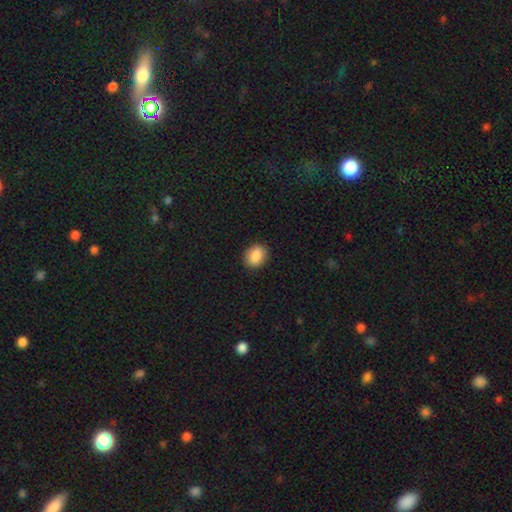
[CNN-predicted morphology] A smooth galaxy with no disk features (88%) that is in between round and cigar-shaped (50%).

Vote fractions:
- Smooth or featured? smooth: 88% / star or artifact: 8% / featured or disk: 4%
- How rounded? in between: 50% / round: 48% / cigar-shaped: 1%
- Merging? none: 89% / minor disturbance: 8% / major disturbance: 2% / merger: 1%